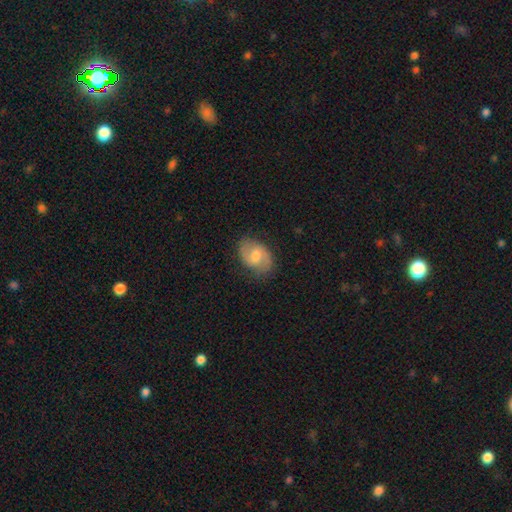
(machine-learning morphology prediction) Smooth or featured?
  - featured or disk: 61% *
  - smooth: 32%
  - star or artifact: 7%
Edge-on disk?
  - no: 96% *
  - yes: 4%
Bar?
  - weak: 54% *
  - no: 33%
  - strong: 13%
Spiral arms?
  - yes: 86% *
  - no: 14%
Spiral winding?
  - medium: 48% *
  - loose: 30%
  - tight: 22%
Spiral arm count?
  - 2: 86% *
  - can't tell: 8%
  - 1: 3%
  - 3: 1%
  - 4: 1%
  - more than 4: 1%
Bulge size?
  - moderate: 66% *
  - small: 23%
  - large: 8%
  - none: 2%
  - dominant: 1%
Merging?
  - none: 79% *
  - minor disturbance: 16%
  - major disturbance: 4%
  - merger: 1%